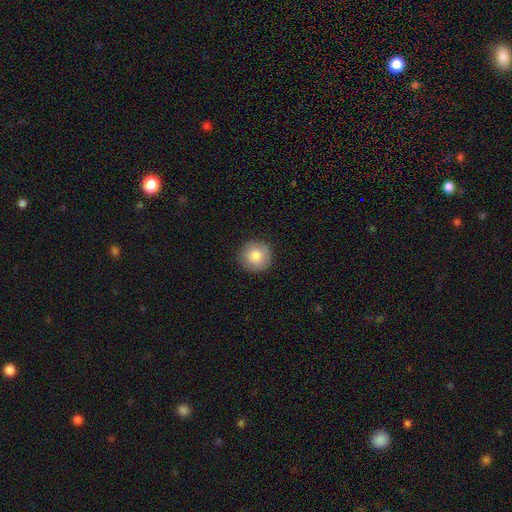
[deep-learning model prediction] smooth 85%, star or artifact 8%, featured or disk 7%. Down the decision tree: how rounded — round (95%); merging — none (90%).